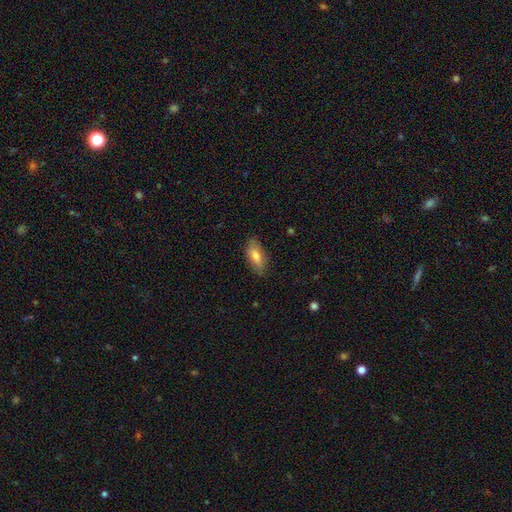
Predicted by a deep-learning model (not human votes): Smooth or featured: smooth — 72% (featured or disk — 21%)
How rounded: in between — 76% (cigar-shaped — 22%)
Merging: none — 80% (minor disturbance — 15%)